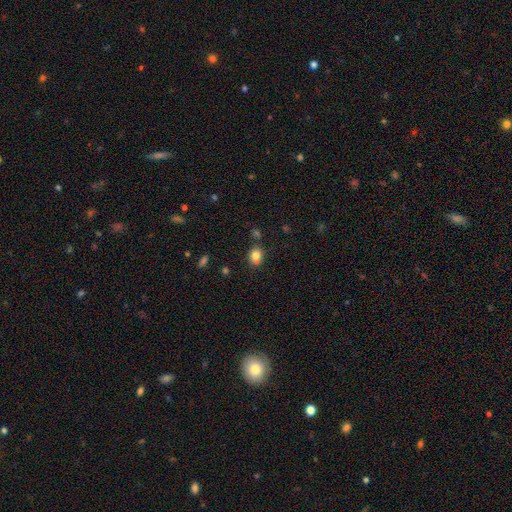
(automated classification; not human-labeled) Q: Smooth or featured?
A: smooth (83%); runner-up: star or artifact (10%)
Q: How rounded?
A: in between (53%); runner-up: round (46%)
Q: Merging?
A: none (75%); runner-up: minor disturbance (15%)